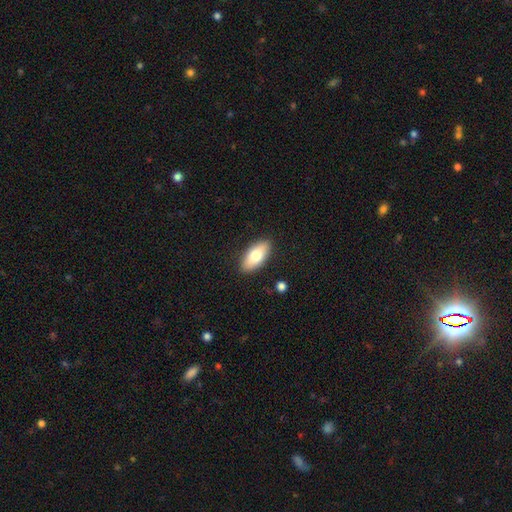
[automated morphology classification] Smooth or featured?
  - smooth: 75% *
  - featured or disk: 19%
  - star or artifact: 6%
How rounded?
  - in between: 88% *
  - cigar-shaped: 9%
  - round: 3%
Merging?
  - none: 89% *
  - minor disturbance: 8%
  - major disturbance: 2%
  - merger: 1%